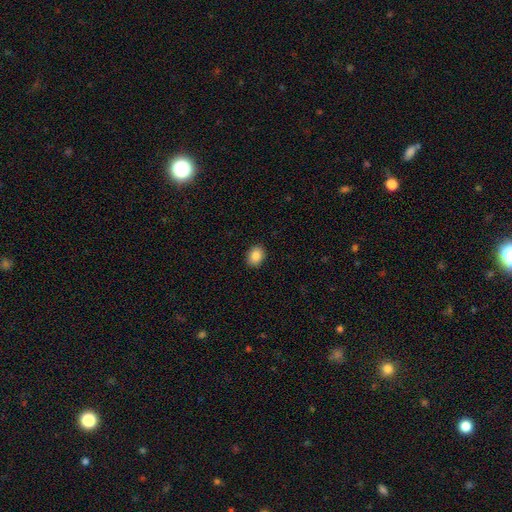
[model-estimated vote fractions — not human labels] Smooth or featured? Predicted: smooth (p=0.87). How rounded? Predicted: in between (p=0.61). Merging? Predicted: none (p=0.90).